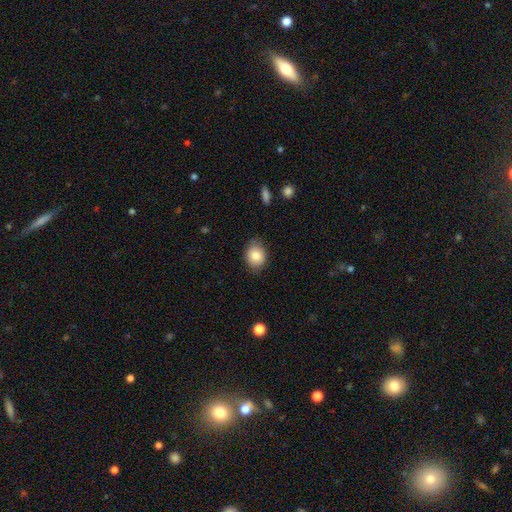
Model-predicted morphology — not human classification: Q: Smooth or featured?
A: smooth (82%); runner-up: featured or disk (9%)
Q: How rounded?
A: in between (51%); runner-up: round (48%)
Q: Merging?
A: none (79%); runner-up: minor disturbance (17%)